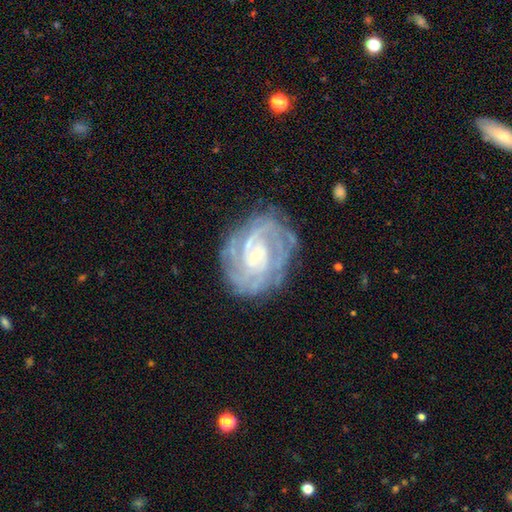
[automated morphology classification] The model was most divided on "spiral arm count": can't tell: 26%, 2: 22%, 3: 20%, 4: 17%, more than 4: 9%, 1: 7%. More confident: edge-on disk — no (97%); spiral arms — yes (97%); smooth or featured — featured or disk (88%); bulge size — small (81%); merging — none (76%); spiral winding — tight (74%); bar — no (63%).